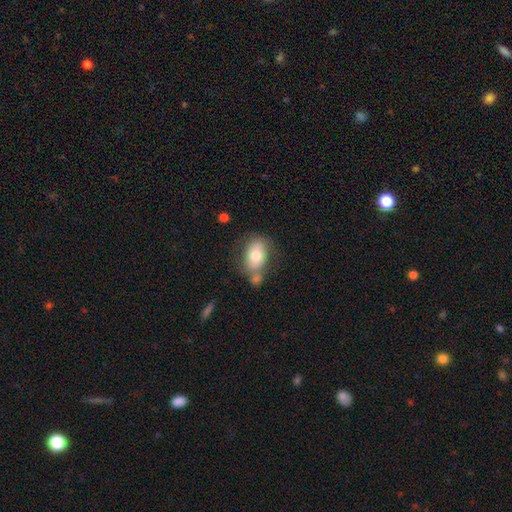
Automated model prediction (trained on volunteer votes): Overall: smooth (71%). How rounded: in between (81%). Merging: none (50%; merger 24%).